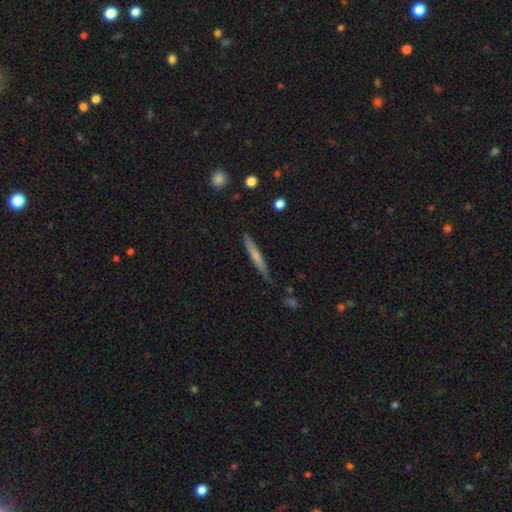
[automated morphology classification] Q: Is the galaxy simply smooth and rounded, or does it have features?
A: smooth — 56%.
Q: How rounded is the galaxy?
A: cigar-shaped — 95%.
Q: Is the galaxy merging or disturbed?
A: none — 83%.